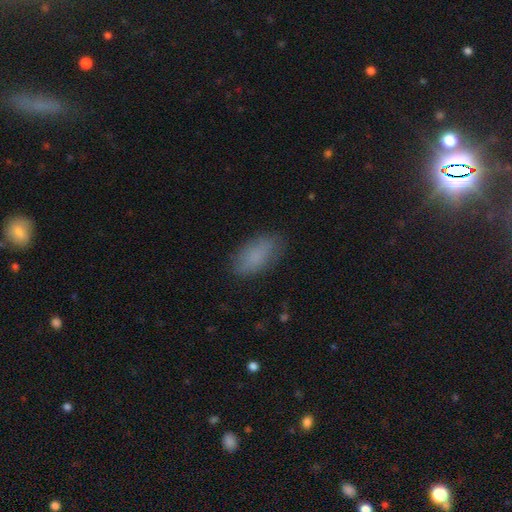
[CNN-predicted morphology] Q: Smooth or featured?
A: smooth (83%); runner-up: featured or disk (9%)
Q: How rounded?
A: in between (92%); runner-up: cigar-shaped (4%)
Q: Merging?
A: none (81%); runner-up: minor disturbance (14%)